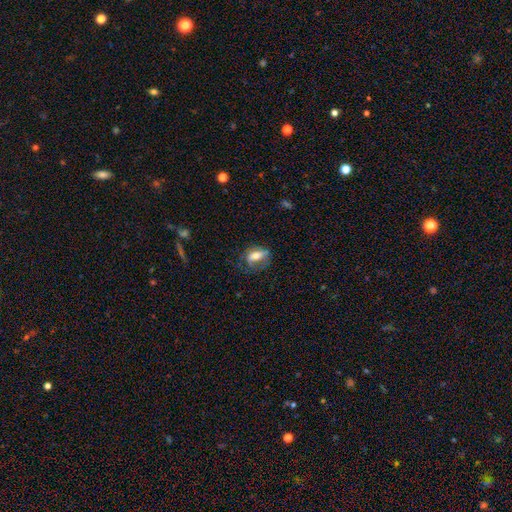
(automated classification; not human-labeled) Morphology: type=smooth (59%); roundness=in between (76%); merging=none (54%).